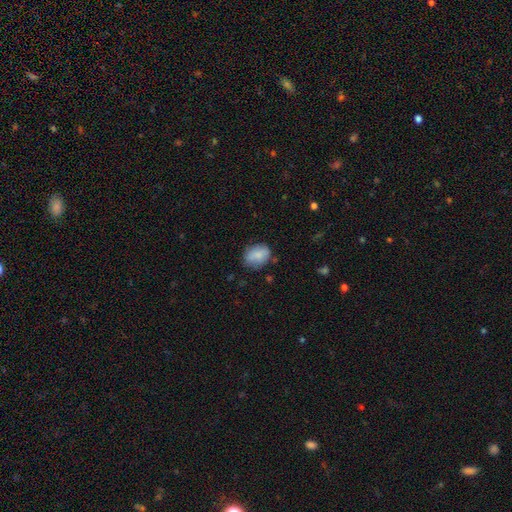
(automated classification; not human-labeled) smooth-or-featured: smooth: 82% | featured or disk: 10% | star or artifact: 7%
  how-rounded: in between: 63% | round: 36% | cigar-shaped: 1%
  merging: none: 70% | minor disturbance: 22% | major disturbance: 5% | merger: 3%